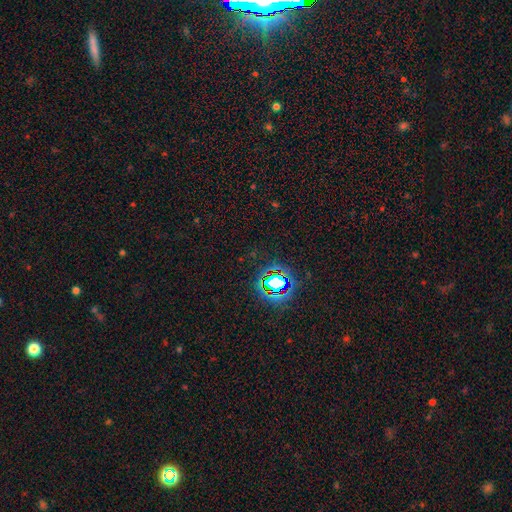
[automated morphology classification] smooth_or_featured: star or artifact (p=0.79) [alt: smooth p=0.13]